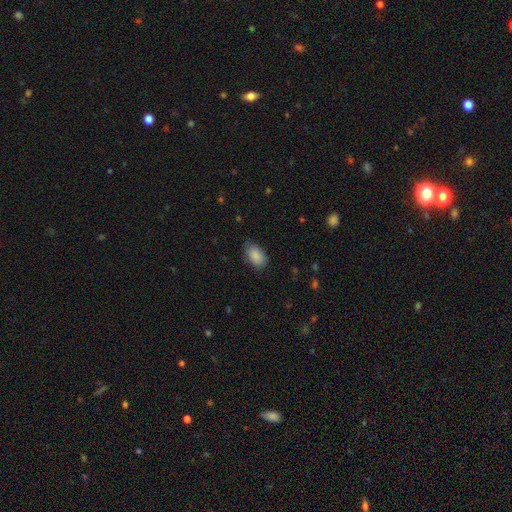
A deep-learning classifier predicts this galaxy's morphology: Smooth or featured? Predicted: smooth (p=0.88). How rounded? Predicted: in between (p=0.91). Merging? Predicted: none (p=0.76).